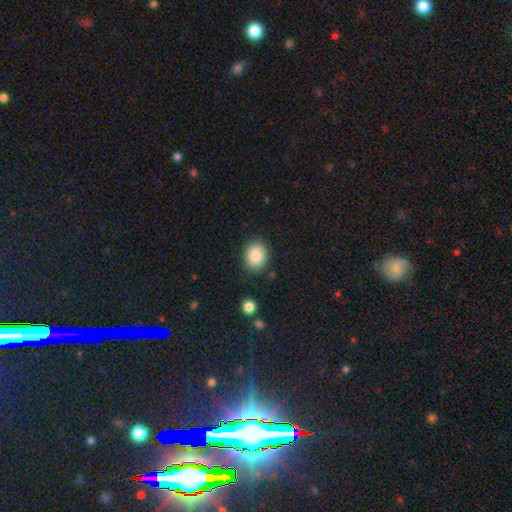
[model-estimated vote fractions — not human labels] A smooth galaxy with no disk features (88%) that is in between round and cigar-shaped (51%).

Vote fractions:
- Smooth or featured? smooth: 88% / star or artifact: 8% / featured or disk: 5%
- How rounded? in between: 51% / round: 48% / cigar-shaped: 1%
- Merging? none: 84% / minor disturbance: 11% / major disturbance: 3% / merger: 2%